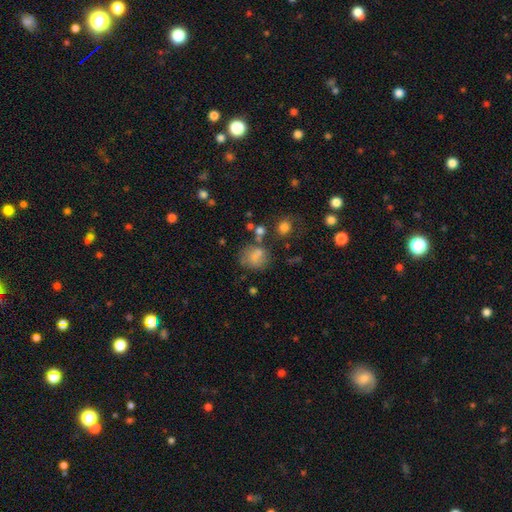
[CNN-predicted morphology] Smooth or featured? smooth (70%)
How rounded? round (60%)
Merging? none (54%)